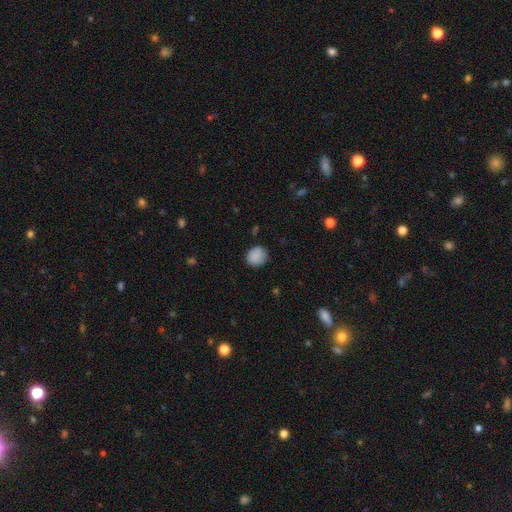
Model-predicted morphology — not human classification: Smooth or featured: smooth — 87% (star or artifact — 8%)
How rounded: round — 83% (in between — 17%)
Merging: none — 81% (minor disturbance — 14%)